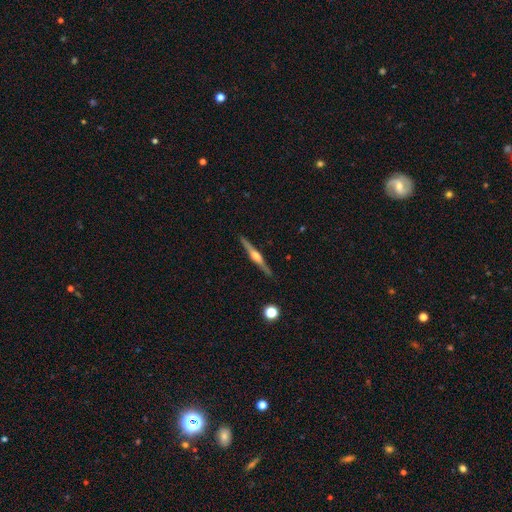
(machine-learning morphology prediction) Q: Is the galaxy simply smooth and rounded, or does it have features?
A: featured or disk — 78%.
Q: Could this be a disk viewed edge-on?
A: yes — 98%.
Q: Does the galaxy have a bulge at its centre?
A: rounded — 86%.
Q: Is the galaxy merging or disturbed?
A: none — 90%.